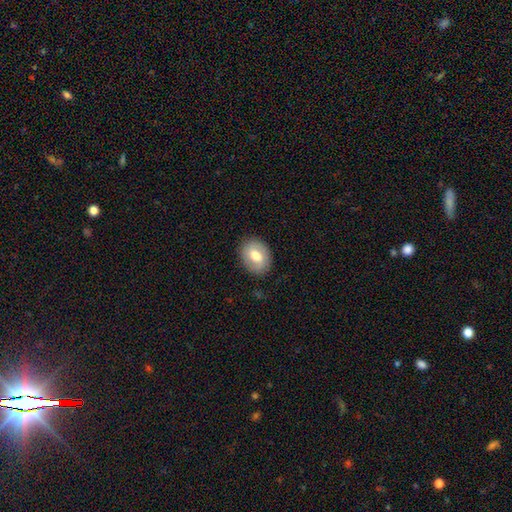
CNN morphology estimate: smooth-or-featured: smooth: 65% | featured or disk: 29% | star or artifact: 7%
  how-rounded: in between: 64% | round: 35% | cigar-shaped: 1%
  merging: none: 85% | minor disturbance: 11% | major disturbance: 3% | merger: 1%